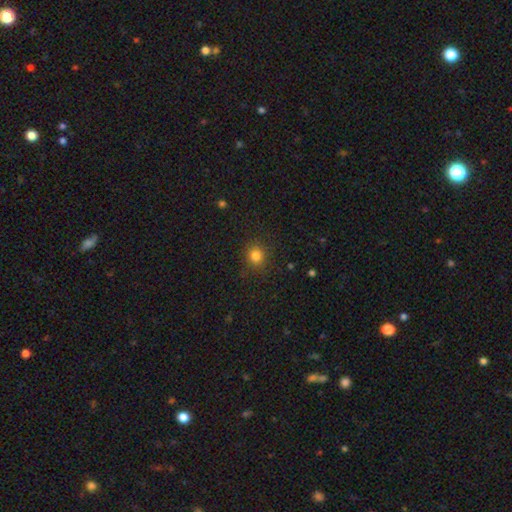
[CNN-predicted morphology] A smooth galaxy with no disk features (82%) that is round (84%).

Vote fractions:
- Smooth or featured? smooth: 82% / star or artifact: 13% / featured or disk: 5%
- How rounded? round: 84% / in between: 15% / cigar-shaped: 1%
- Merging? none: 87% / minor disturbance: 9% / major disturbance: 3% / merger: 1%